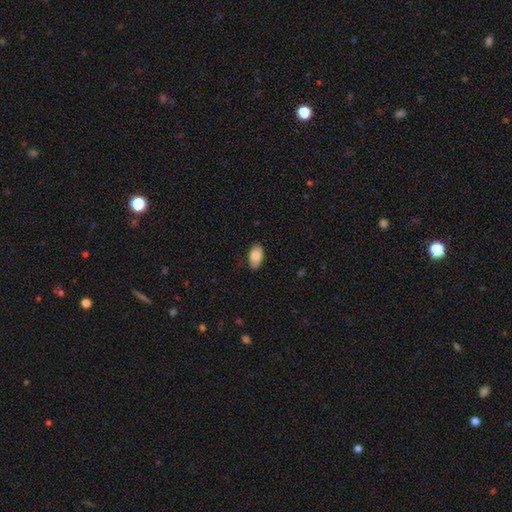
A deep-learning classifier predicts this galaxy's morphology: Smooth or featured? smooth (85%)
How rounded? in between (94%)
Merging? none (81%)